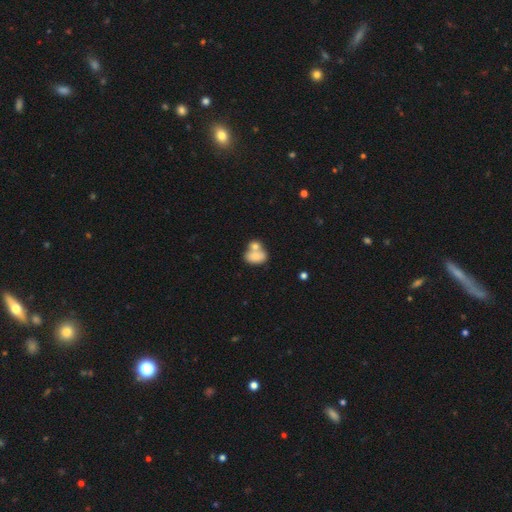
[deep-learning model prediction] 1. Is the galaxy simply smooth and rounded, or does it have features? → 78% smooth, 14% featured or disk, 8% star or artifact.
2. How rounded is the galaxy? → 79% in between, 20% round, 2% cigar-shaped.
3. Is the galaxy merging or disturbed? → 55% merger, 29% none, 11% minor disturbance, 5% major disturbance.